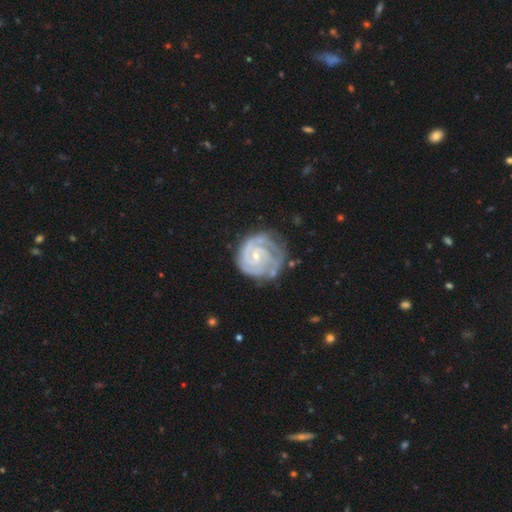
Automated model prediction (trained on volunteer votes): Smooth or featured?
  - featured or disk: 90% *
  - smooth: 6%
  - star or artifact: 4%
Edge-on disk?
  - no: 98% *
  - yes: 2%
Bar?
  - no: 62% *
  - weak: 30%
  - strong: 8%
Spiral arms?
  - yes: 98% *
  - no: 2%
Spiral winding?
  - tight: 78% *
  - medium: 19%
  - loose: 3%
Spiral arm count?
  - 2: 45% *
  - 3: 27%
  - can't tell: 13%
  - 4: 6%
  - 1: 4%
  - more than 4: 4%
Bulge size?
  - small: 67% *
  - moderate: 30%
  - none: 2%
  - large: 1%
  - dominant: 1%
Merging?
  - none: 63% *
  - minor disturbance: 23%
  - major disturbance: 10%
  - merger: 4%